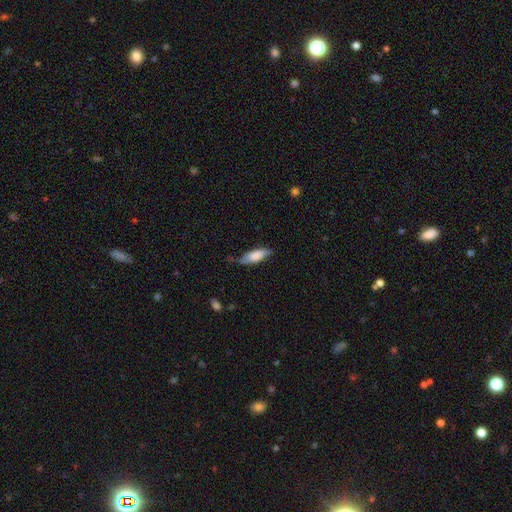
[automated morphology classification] smooth 75%, featured or disk 19%, star or artifact 6%. Down the decision tree: how rounded — in between (57%); merging — none (69%).